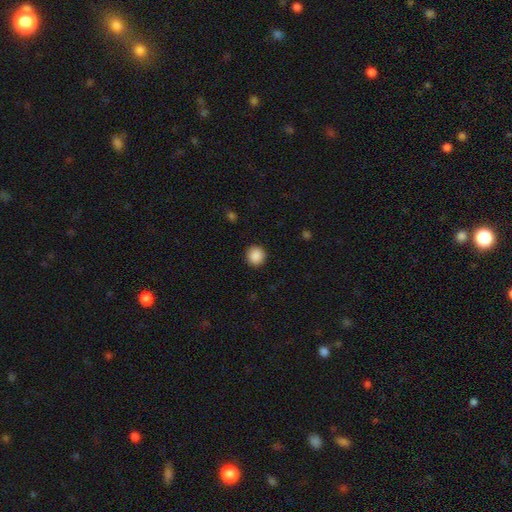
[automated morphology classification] smooth 89%, star or artifact 9%, featured or disk 2%. Down the decision tree: how rounded — round (92%); merging — none (92%).